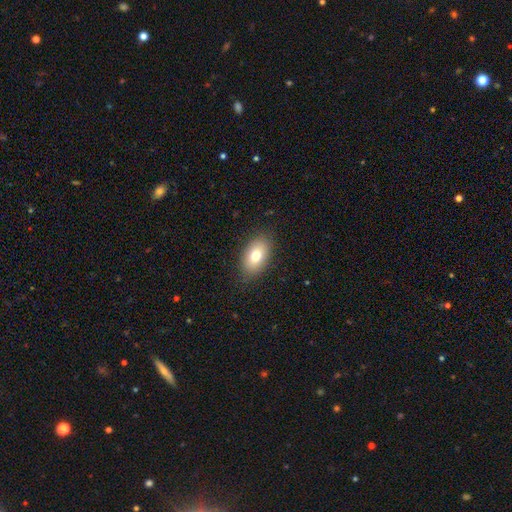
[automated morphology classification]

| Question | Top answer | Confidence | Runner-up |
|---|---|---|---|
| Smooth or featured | smooth | 76% | featured or disk (16%) |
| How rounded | in between | 90% | round (8%) |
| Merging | none | 85% | minor disturbance (11%) |